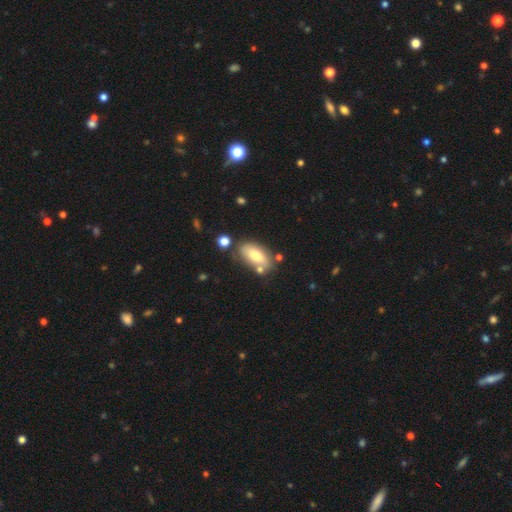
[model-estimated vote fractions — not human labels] Q: Smooth or featured?
A: smooth (71%); runner-up: featured or disk (22%)
Q: How rounded?
A: in between (89%); runner-up: cigar-shaped (7%)
Q: Merging?
A: none (66%); runner-up: minor disturbance (17%)